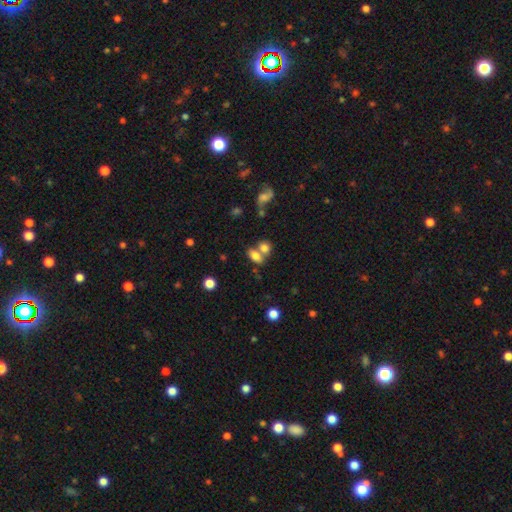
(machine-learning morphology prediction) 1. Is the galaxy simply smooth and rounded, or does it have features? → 76% smooth, 13% featured or disk, 10% star or artifact.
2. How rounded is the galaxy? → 82% in between, 14% round, 4% cigar-shaped.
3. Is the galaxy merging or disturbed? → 47% merger, 38% none, 10% minor disturbance, 5% major disturbance.